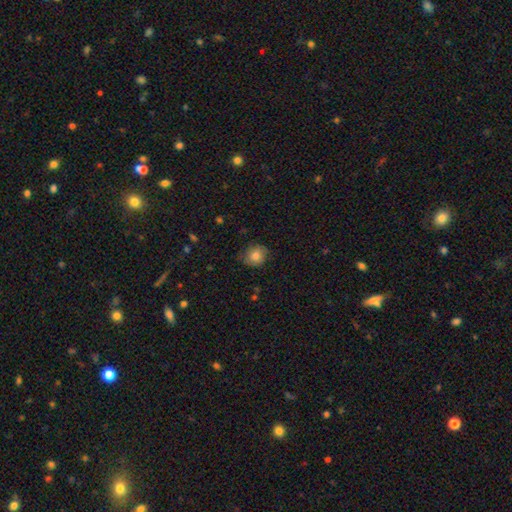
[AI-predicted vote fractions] Overall: smooth (77%). How rounded: round (75%). Merging: none (74%).